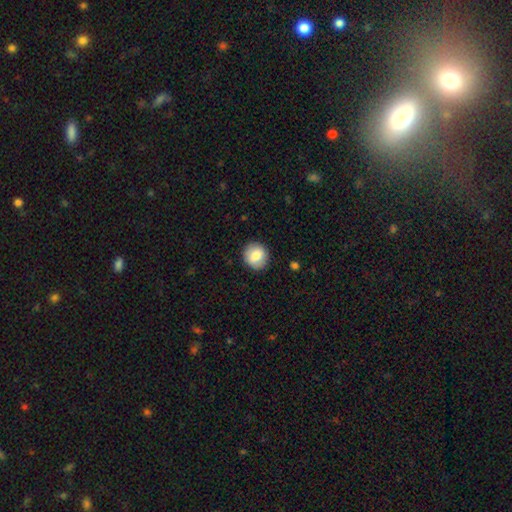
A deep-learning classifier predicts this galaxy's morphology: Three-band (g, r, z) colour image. It shows a smooth galaxy with no disk features (81%) that is round (88%). Merging: none (88%).